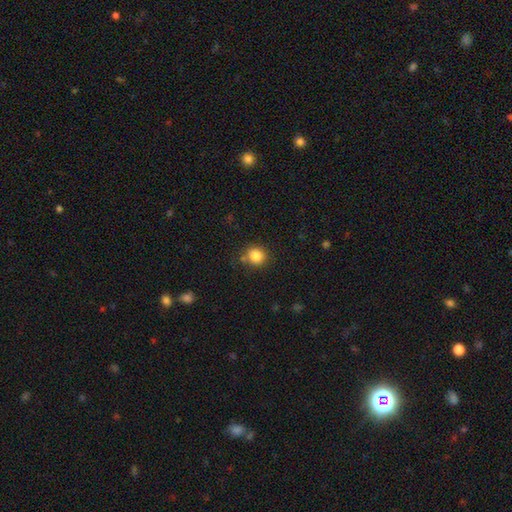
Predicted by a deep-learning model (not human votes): Q: Smooth or featured?
A: smooth (84%); runner-up: star or artifact (11%)
Q: How rounded?
A: round (88%); runner-up: in between (11%)
Q: Merging?
A: none (80%); runner-up: minor disturbance (11%)